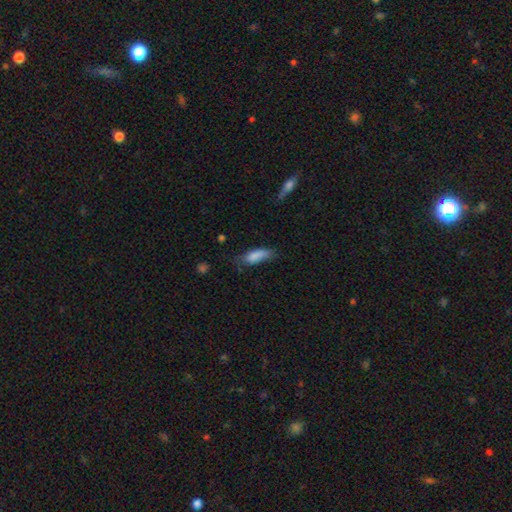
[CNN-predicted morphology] smooth-or-featured: smooth: 84% | featured or disk: 9% | star or artifact: 7%
  how-rounded: in between: 65% | cigar-shaped: 33% | round: 2%
  merging: none: 52% | minor disturbance: 34% | major disturbance: 12% | merger: 3%